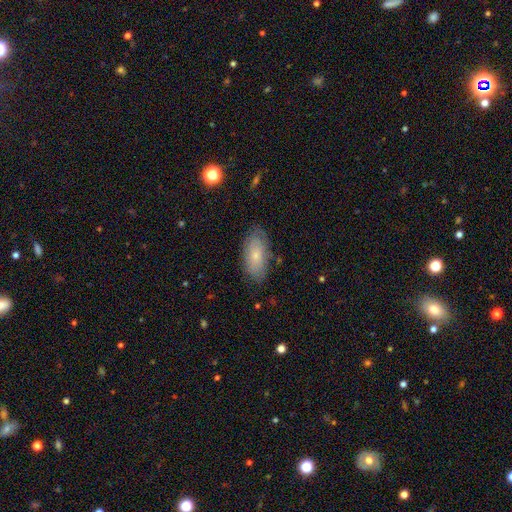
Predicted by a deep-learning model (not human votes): smooth 66%, featured or disk 27%, star or artifact 7%. Down the decision tree: how rounded — in between (90%); merging — none (76%).